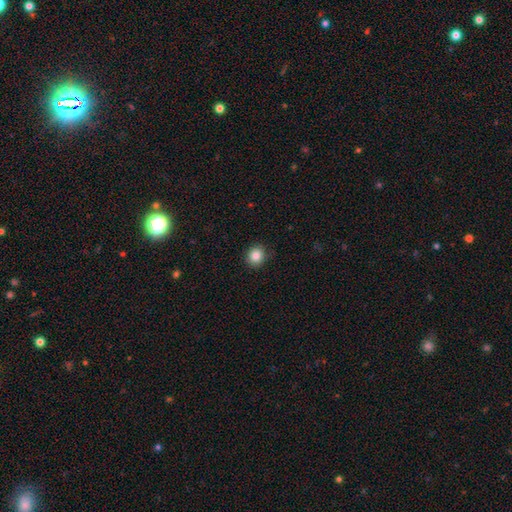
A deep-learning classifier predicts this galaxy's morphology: smooth 85%, star or artifact 10%, featured or disk 5%. Down the decision tree: how rounded — round (80%); merging — none (89%).